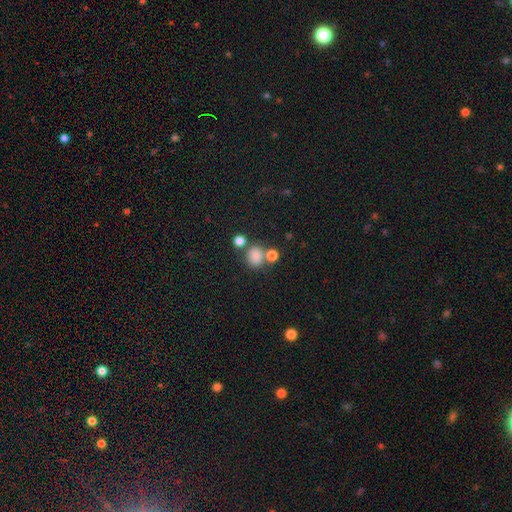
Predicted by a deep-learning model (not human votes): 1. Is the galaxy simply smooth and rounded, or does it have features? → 78% smooth, 14% star or artifact, 8% featured or disk.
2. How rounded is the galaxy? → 73% round, 26% in between, 1% cigar-shaped.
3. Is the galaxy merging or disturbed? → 58% none, 25% merger, 12% minor disturbance, 5% major disturbance.